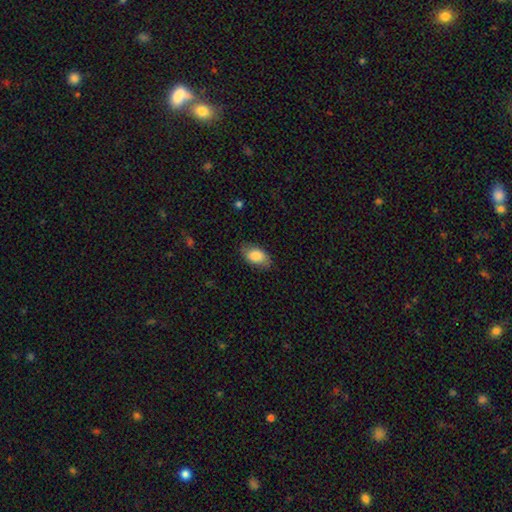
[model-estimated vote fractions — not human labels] The model was most divided on "merging": none: 77%, minor disturbance: 18%, major disturbance: 4%, merger: 1%. More confident: how rounded — in between (92%); smooth or featured — smooth (84%).